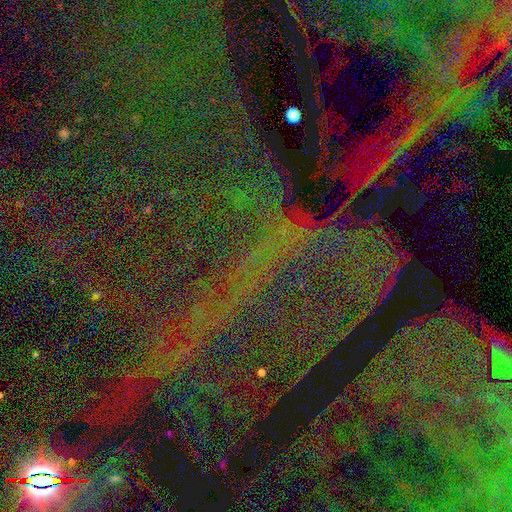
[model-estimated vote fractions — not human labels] Morphology: type=star or artifact (84%).